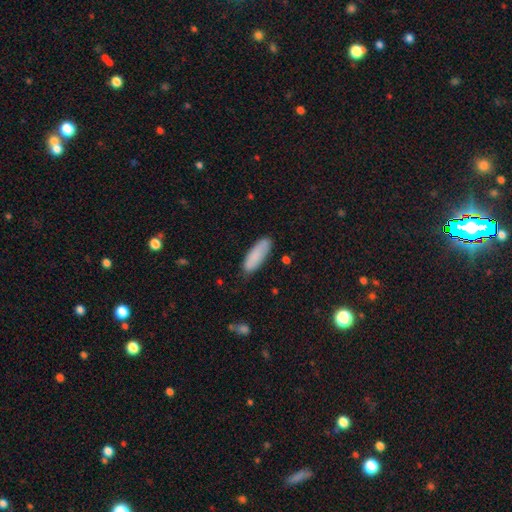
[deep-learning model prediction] The model was most divided on "how rounded": in between: 56%, cigar-shaped: 43%, round: 2%. More confident: smooth or featured — smooth (86%); merging — none (80%).